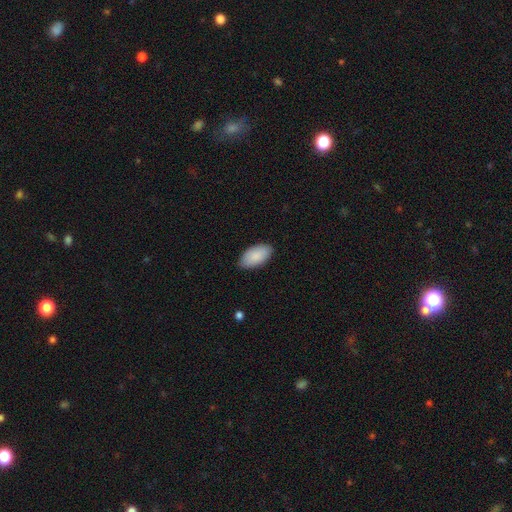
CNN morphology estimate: Smooth or featured?
  - smooth: 90% *
  - star or artifact: 6%
  - featured or disk: 5%
How rounded?
  - in between: 96% *
  - cigar-shaped: 2%
  - round: 2%
Merging?
  - none: 85% *
  - minor disturbance: 12%
  - major disturbance: 2%
  - merger: 1%